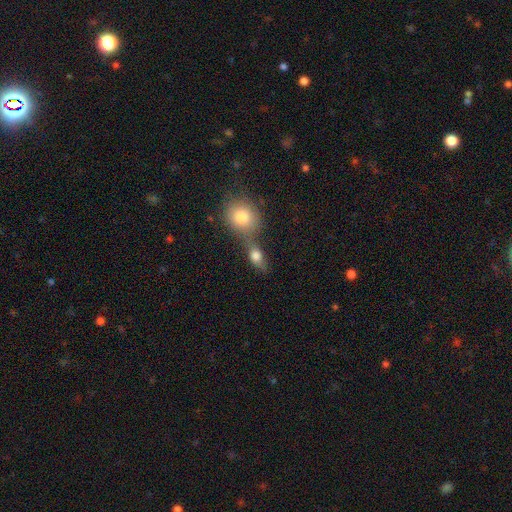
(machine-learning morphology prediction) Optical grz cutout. It shows a smooth galaxy with no disk features (73%) that is in between round and cigar-shaped (54%). Merging: merger (51%).